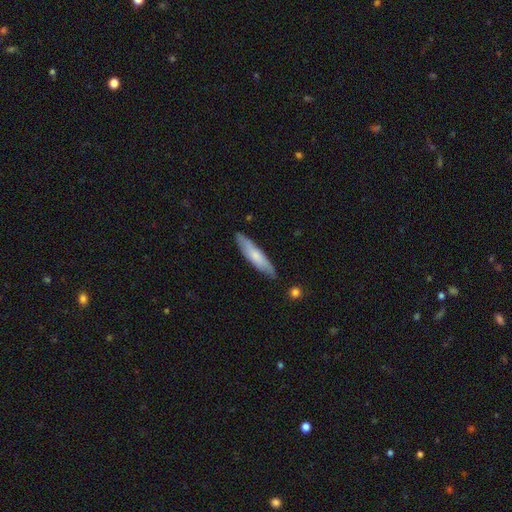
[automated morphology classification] smooth-or-featured: smooth: 65% | featured or disk: 29% | star or artifact: 5%
  how-rounded: cigar-shaped: 79% | in between: 19% | round: 1%
  merging: none: 84% | minor disturbance: 13% | major disturbance: 2% | merger: 2%